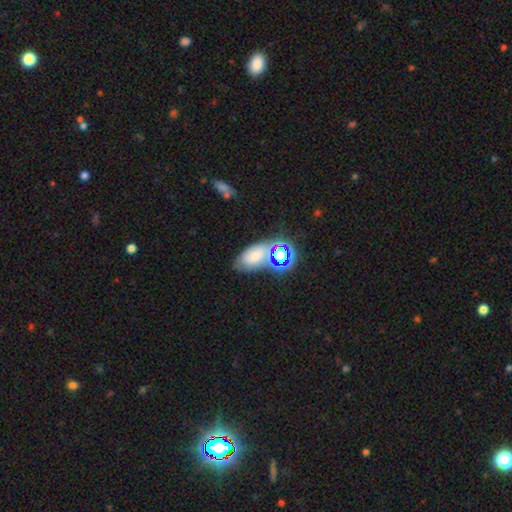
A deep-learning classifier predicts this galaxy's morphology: A smooth galaxy with no disk features (57%) that is in between round and cigar-shaped (86%).

Vote fractions:
- Smooth or featured? smooth: 57% / star or artifact: 26% / featured or disk: 17%
- How rounded? in between: 86% / round: 12% / cigar-shaped: 2%
- Merging? none: 52% / merger: 21% / minor disturbance: 19% / major disturbance: 8%